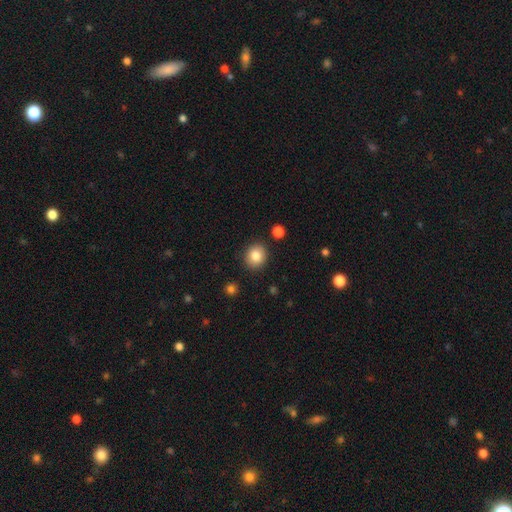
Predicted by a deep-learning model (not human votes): A smooth galaxy with no disk features (83%) that is round (79%).

Vote fractions:
- Smooth or featured? smooth: 83% / star or artifact: 9% / featured or disk: 7%
- How rounded? round: 79% / in between: 20% / cigar-shaped: 1%
- Merging? none: 89% / minor disturbance: 7% / major disturbance: 2% / merger: 2%